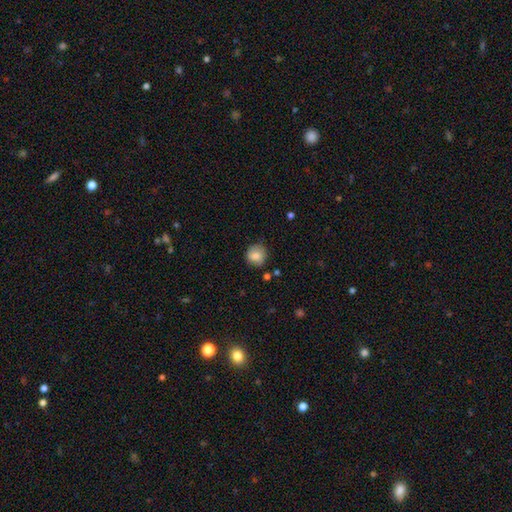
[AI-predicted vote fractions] The model was most divided on "merging": none: 76%, minor disturbance: 17%, major disturbance: 4%, merger: 2%. More confident: how rounded — round (84%); smooth or featured — smooth (81%).